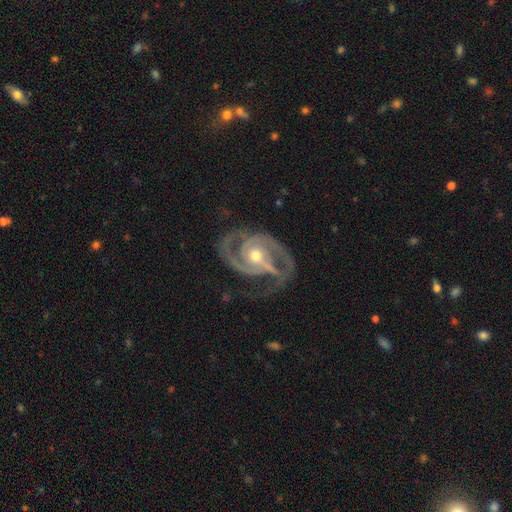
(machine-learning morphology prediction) A featured or disk galaxy (93%) with no bar (51%), 2 (75%) tight (47%) spiral arms (98%) and a moderate central bulge (69%). Merging: none (67%).